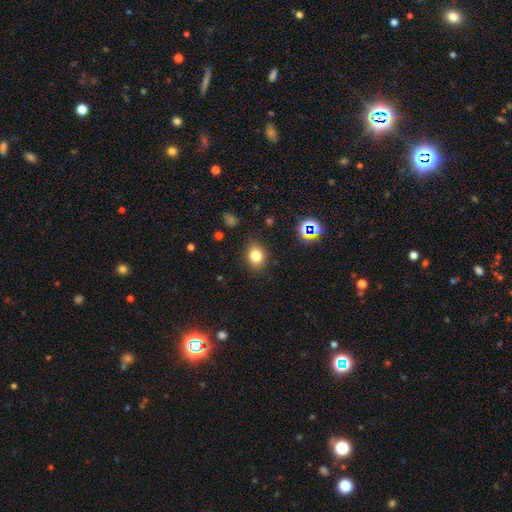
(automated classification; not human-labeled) Smooth or featured: smooth — 78% (star or artifact — 14%)
How rounded: in between — 55% (round — 44%)
Merging: none — 84% (minor disturbance — 11%)